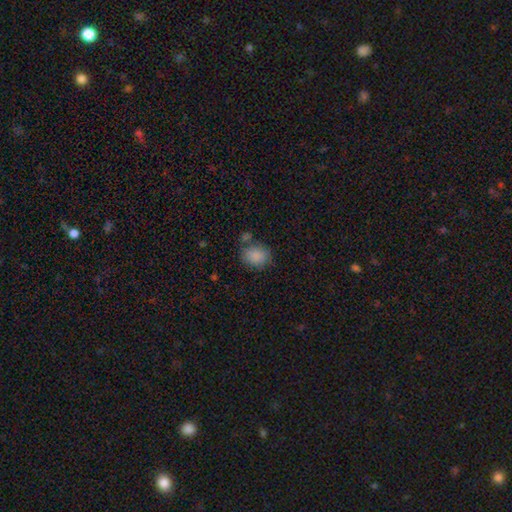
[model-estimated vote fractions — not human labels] smooth-or-featured: smooth: 86% | star or artifact: 8% | featured or disk: 6%
  how-rounded: round: 59% | in between: 40% | cigar-shaped: 1%
  merging: none: 67% | minor disturbance: 18% | merger: 10% | major disturbance: 6%